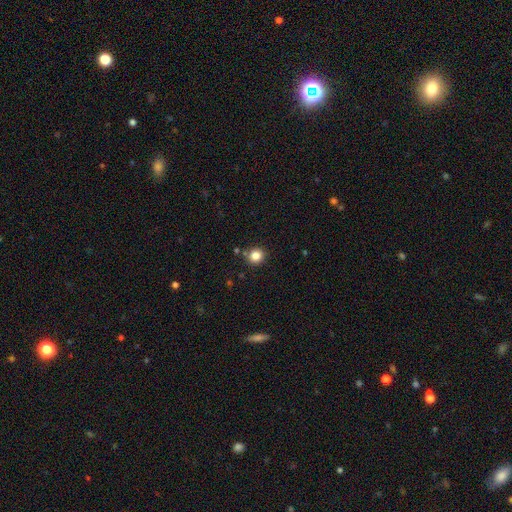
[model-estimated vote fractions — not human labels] Smooth or featured? Predicted: smooth (p=0.83). How rounded? Predicted: round (p=0.90). Merging? Predicted: none (p=0.85).